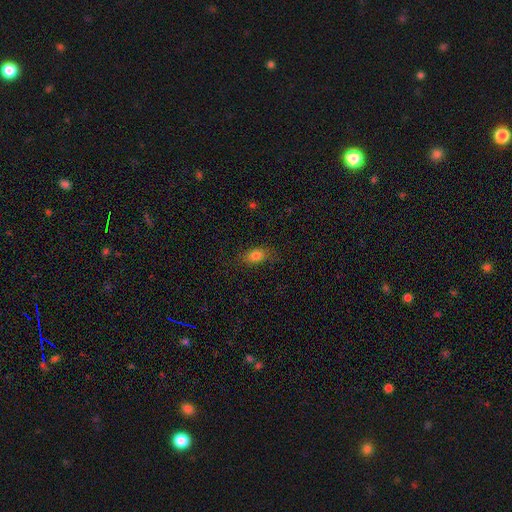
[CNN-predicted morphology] Smooth or featured? Predicted: smooth (p=0.80). How rounded? Predicted: in between (p=0.80). Merging? Predicted: none (p=0.78).